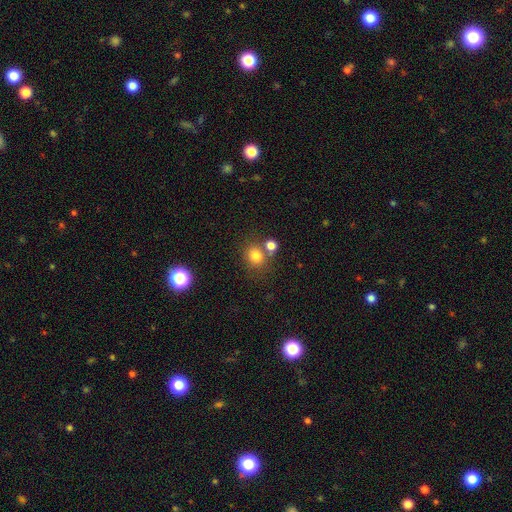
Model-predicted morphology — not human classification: This is likely a smooth galaxy (79%). How rounded: likely round (76%). Merging: likely none (64%).